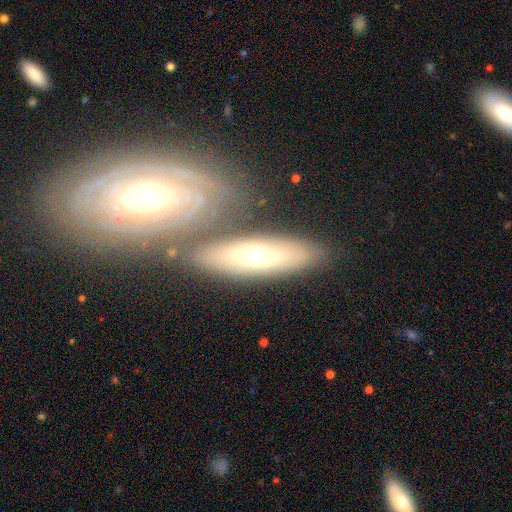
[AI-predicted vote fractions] Smooth or featured: featured or disk — 51% (smooth — 43%)
Edge-on disk: no — 60% (yes — 40%)
Merging: none — 60% (merger — 23%)